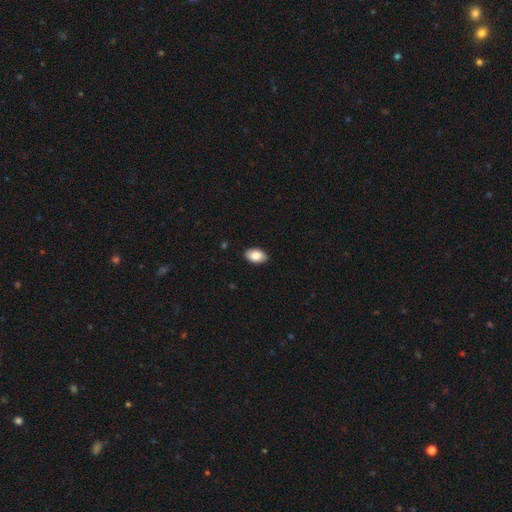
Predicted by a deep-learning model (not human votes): Overall: smooth (88%). How rounded: in between (92%). Merging: none (89%).